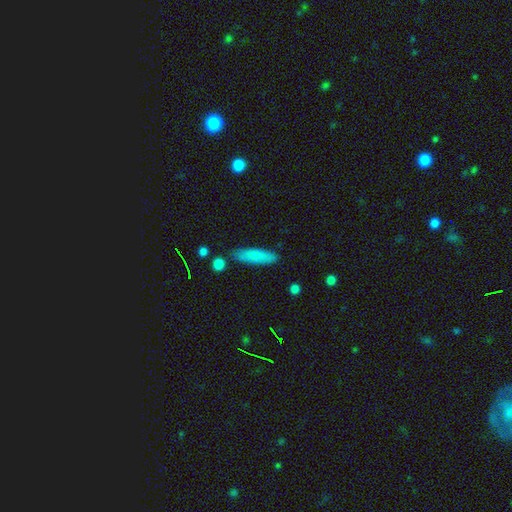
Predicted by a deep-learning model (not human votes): Morphology: type=smooth (82%); roundness=cigar-shaped (67%); merging=none (83%).